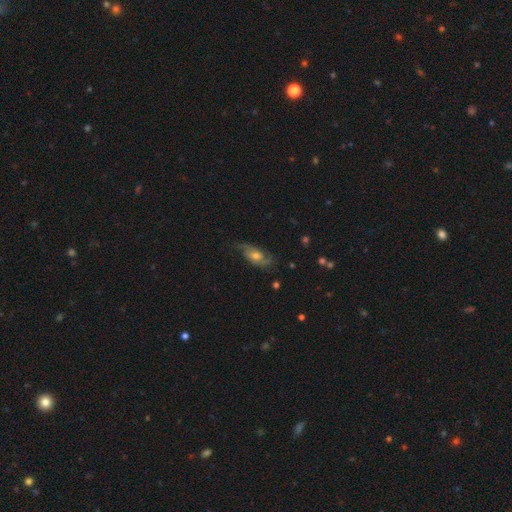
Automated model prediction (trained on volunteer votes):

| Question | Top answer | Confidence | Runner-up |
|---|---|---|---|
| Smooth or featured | featured or disk | 70% | smooth (21%) |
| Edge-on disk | no | 90% | yes (10%) |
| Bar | no | 68% | weak (26%) |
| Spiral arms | yes | 90% | no (10%) |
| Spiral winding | medium | 41% | loose (37%) |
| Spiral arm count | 2 | 75% | can't tell (13%) |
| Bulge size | moderate | 61% | small (29%) |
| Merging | none | 65% | minor disturbance (22%) |